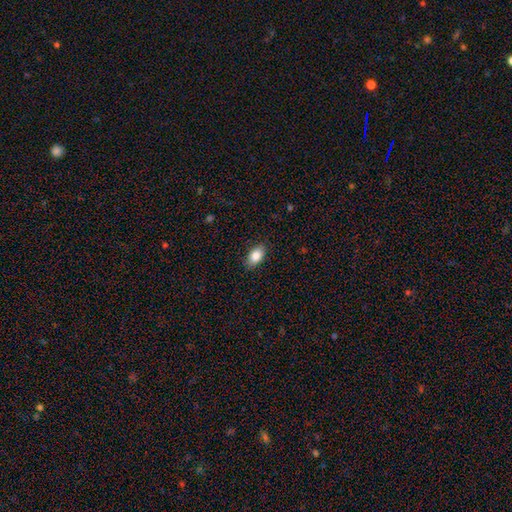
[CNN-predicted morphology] A smooth galaxy with no disk features (84%) that is in between round and cigar-shaped (91%).

Vote fractions:
- Smooth or featured? smooth: 84% / featured or disk: 9% / star or artifact: 8%
- How rounded? in between: 91% / round: 7% / cigar-shaped: 3%
- Merging? none: 87% / minor disturbance: 10% / major disturbance: 2% / merger: 1%